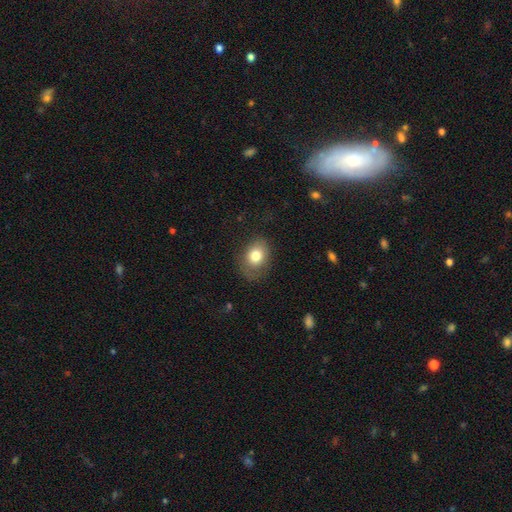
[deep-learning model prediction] This is likely a smooth galaxy (78%). How rounded: likely in between (61%). Merging: likely none (64%).